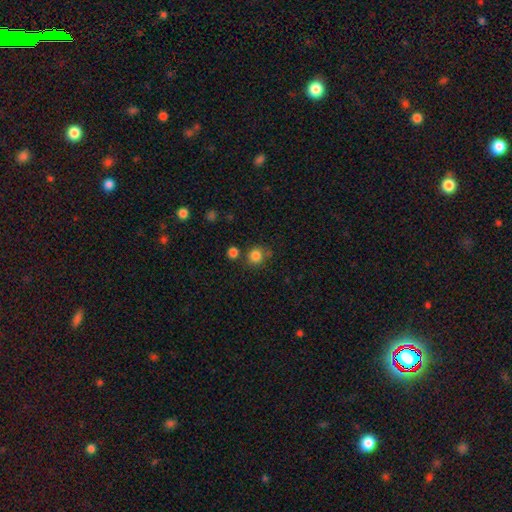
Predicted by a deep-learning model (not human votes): Morphology: type=smooth (83%); roundness=round (85%); merging=none (72%).